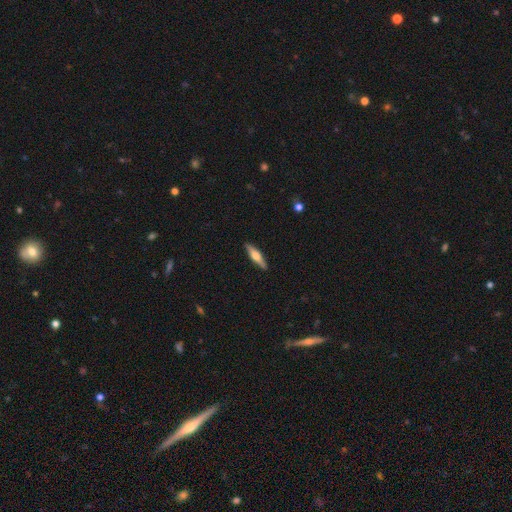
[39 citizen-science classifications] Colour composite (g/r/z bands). It shows a featured or disk galaxy (54%) viewed edge-on (90%) with a rounded central bulge (100%). Merging: none (90%).